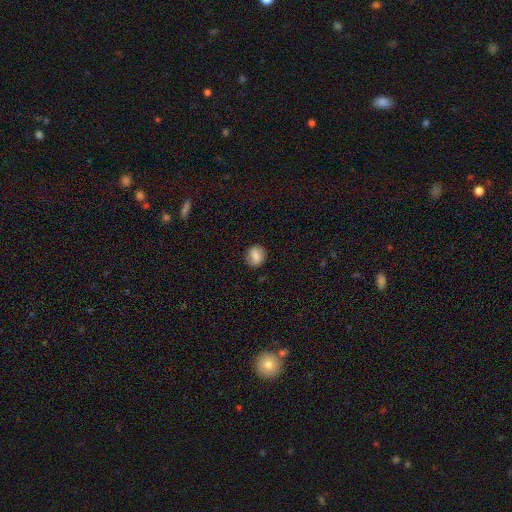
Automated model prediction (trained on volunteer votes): smooth_or_featured: smooth (p=0.76) [alt: featured or disk p=0.15]
how_rounded: round (p=0.78) [alt: in between p=0.21]
merging: none (p=0.84) [alt: minor disturbance p=0.12]